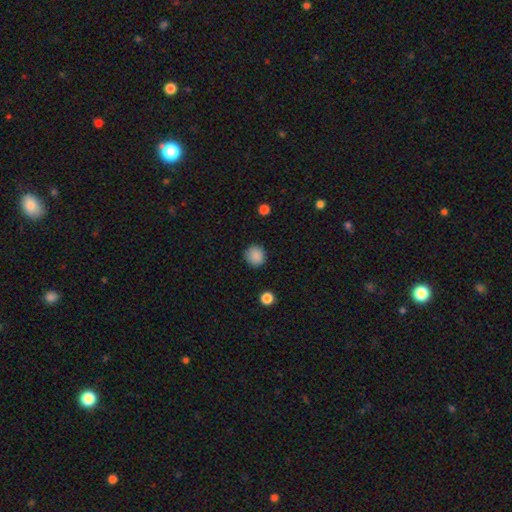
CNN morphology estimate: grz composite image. It shows a smooth galaxy with no disk features (87%) that is round (91%). Merging: none (88%).